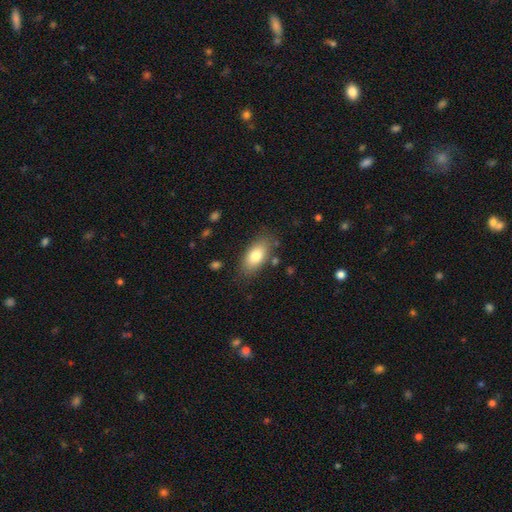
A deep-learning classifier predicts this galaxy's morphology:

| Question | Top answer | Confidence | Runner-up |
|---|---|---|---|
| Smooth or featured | smooth | 80% | featured or disk (13%) |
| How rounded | in between | 89% | cigar-shaped (7%) |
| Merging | none | 80% | minor disturbance (14%) |